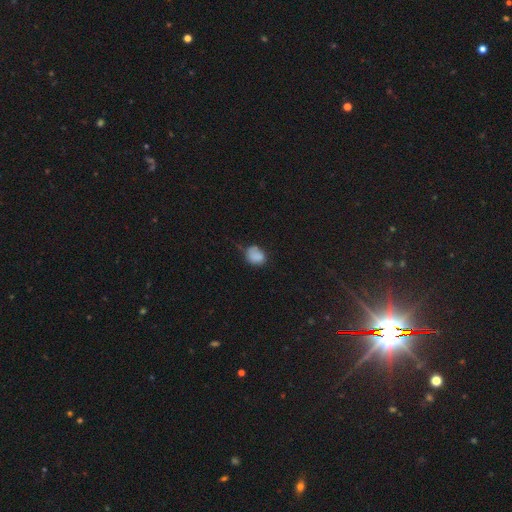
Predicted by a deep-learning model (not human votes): smooth 81%, star or artifact 11%, featured or disk 8%. Down the decision tree: how rounded — in between (54%); merging — none (47%).